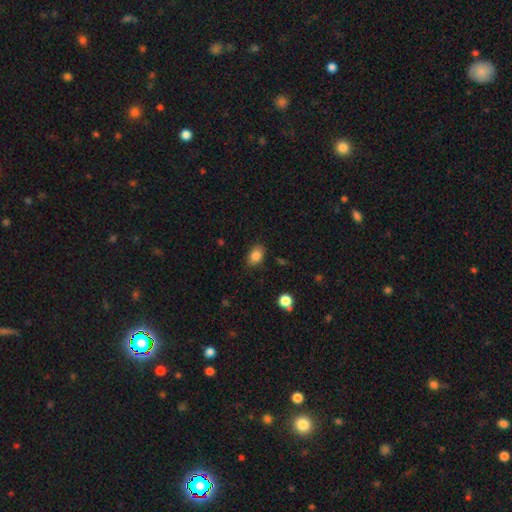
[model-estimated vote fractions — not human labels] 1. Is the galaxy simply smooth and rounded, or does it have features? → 85% smooth, 9% star or artifact, 6% featured or disk.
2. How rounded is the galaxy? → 77% in between, 21% round, 1% cigar-shaped.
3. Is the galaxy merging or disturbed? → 83% none, 13% minor disturbance, 3% major disturbance, 1% merger.